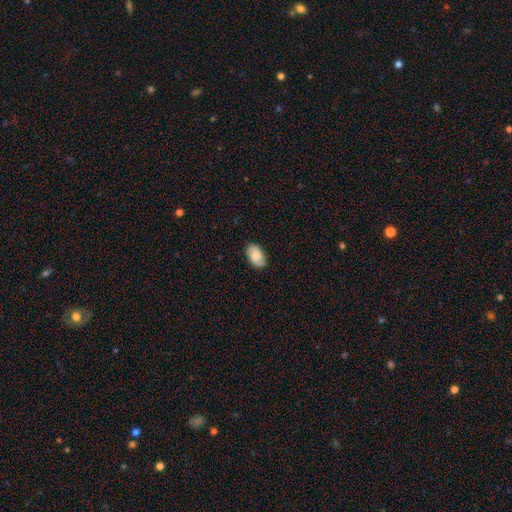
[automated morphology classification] Smooth or featured? Predicted: smooth (p=0.74). How rounded? Predicted: in between (p=0.93). Merging? Predicted: none (p=0.84).